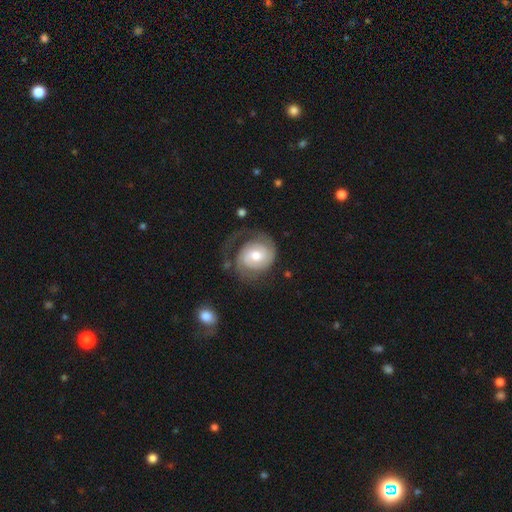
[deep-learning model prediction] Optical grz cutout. It shows a featured or disk galaxy (80%) with no bar (55%), 2 (61%) tight (59%) spiral arms (95%) and a moderate central bulge (65%). Merging: none (55%).